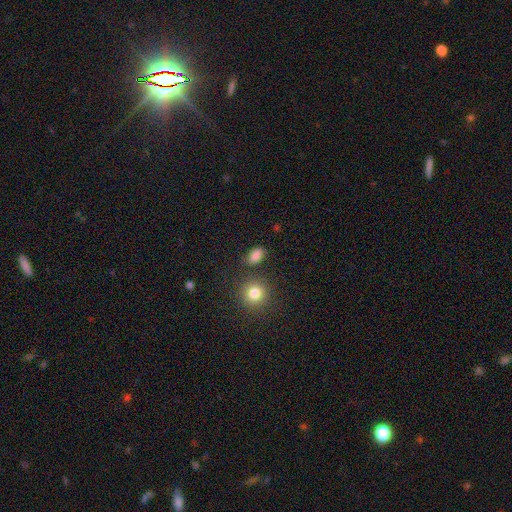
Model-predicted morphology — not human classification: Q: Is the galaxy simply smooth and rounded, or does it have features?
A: smooth — 84%.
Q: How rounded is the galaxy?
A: in between — 82%.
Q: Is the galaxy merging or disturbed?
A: none — 78%.